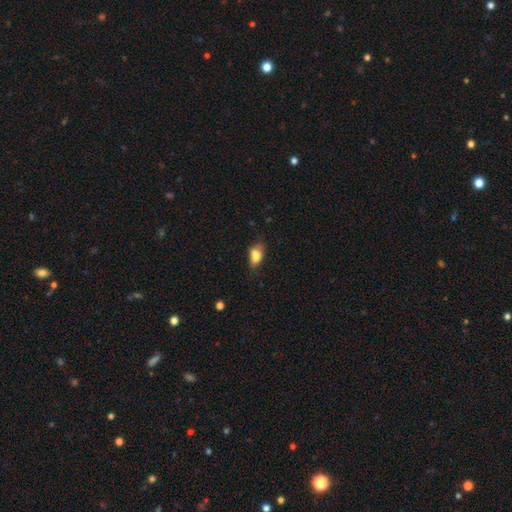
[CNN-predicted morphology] A smooth galaxy with no disk features (75%) that is in between round and cigar-shaped (85%). Merging: none (41%).